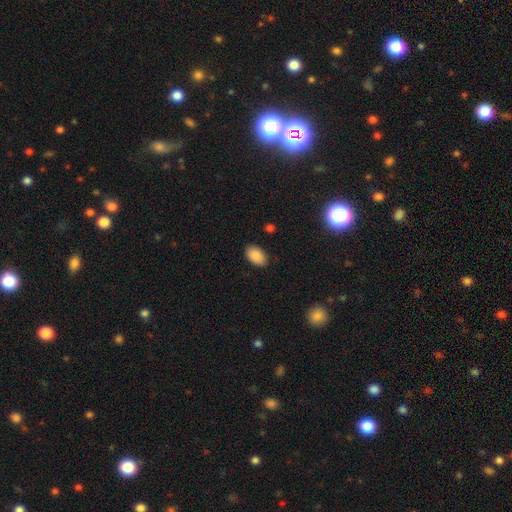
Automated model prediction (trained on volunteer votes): This is clearly a smooth galaxy (89%). How rounded: clearly in between (91%). Merging: clearly none (87%).